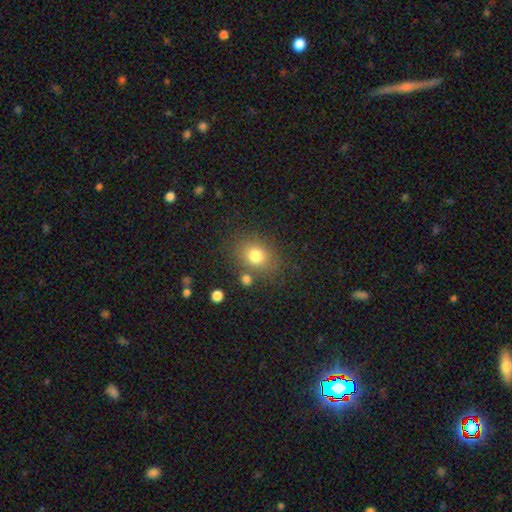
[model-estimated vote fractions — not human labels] This is likely a smooth galaxy (78%). How rounded: possibly round (52%). Merging: likely none (75%).